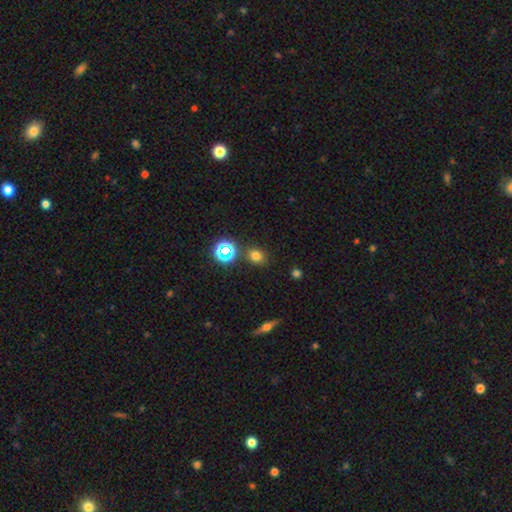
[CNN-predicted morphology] The model was most divided on "how rounded": round: 57%, in between: 42%, cigar-shaped: 1%. More confident: merging — none (83%); smooth or featured — smooth (72%).